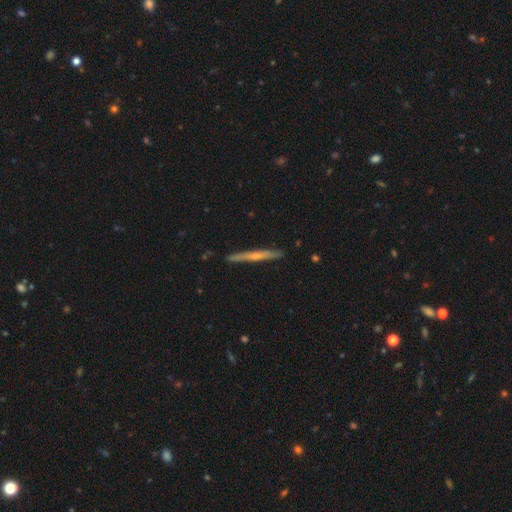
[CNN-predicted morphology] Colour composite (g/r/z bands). It shows a featured or disk galaxy (56%) viewed edge-on (96%) with no central bulge (51%). Merging: none (89%).